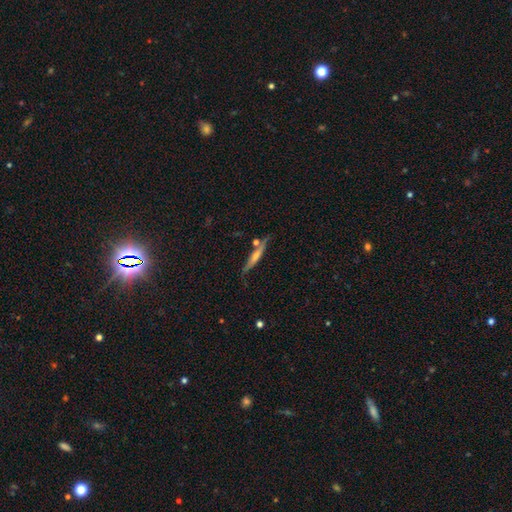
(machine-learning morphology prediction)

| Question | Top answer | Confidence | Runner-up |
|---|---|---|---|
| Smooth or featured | featured or disk | 60% | smooth (32%) |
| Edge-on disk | yes | 95% | no (5%) |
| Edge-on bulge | rounded | 58% | none (30%) |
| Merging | none | 77% | minor disturbance (13%) |